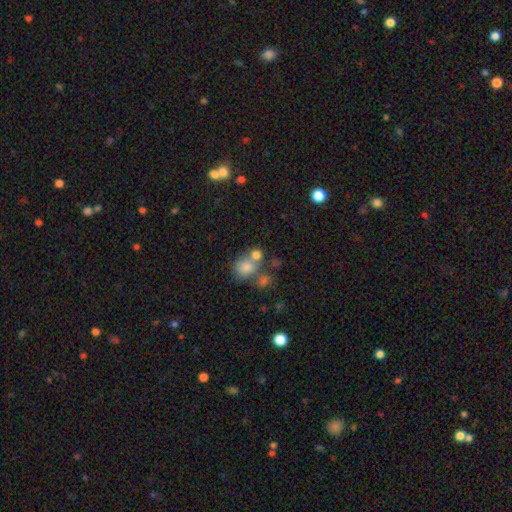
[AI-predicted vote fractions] A smooth galaxy with no disk features (75%) that is round (72%). Merging: merger (43%).